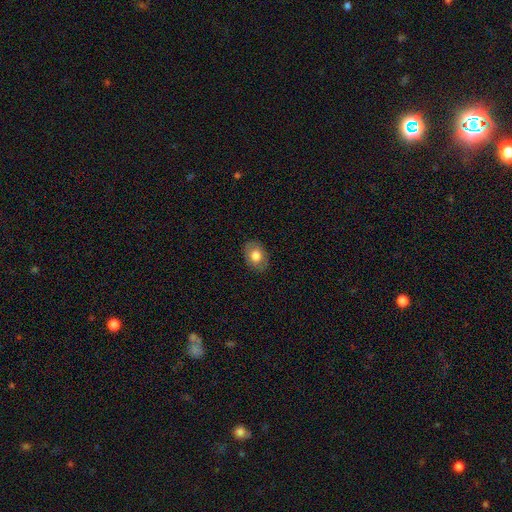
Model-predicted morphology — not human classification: Overall: smooth (76%). How rounded: in between (69%; round 30%). Merging: none (86%).